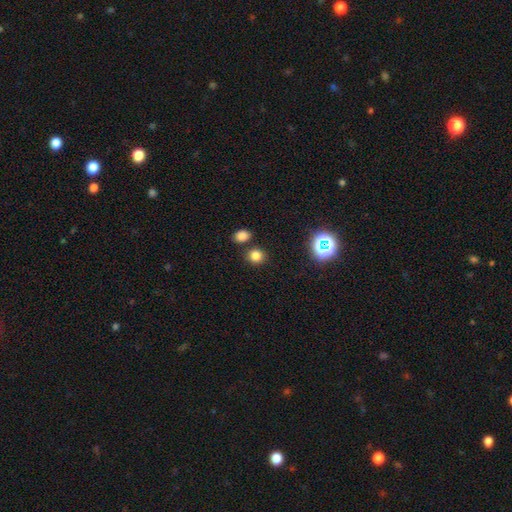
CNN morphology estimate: smooth-or-featured: smooth: 79% | star or artifact: 16% | featured or disk: 5%
  how-rounded: round: 80% | in between: 19% | cigar-shaped: 1%
  merging: none: 79% | merger: 10% | minor disturbance: 8% | major disturbance: 3%